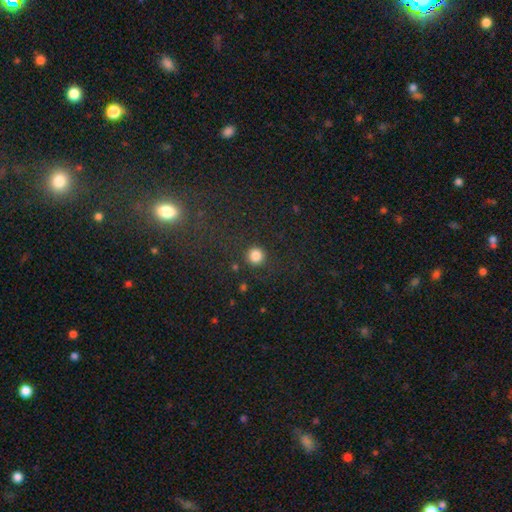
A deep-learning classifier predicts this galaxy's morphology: The model was most divided on "smooth or featured": smooth: 82%, star or artifact: 13%, featured or disk: 5%. More confident: how rounded — round (94%); merging — none (87%).